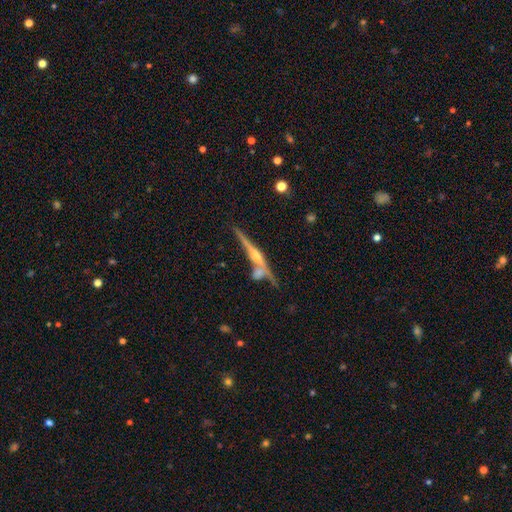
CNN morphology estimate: Smooth or featured?
  - featured or disk: 77% *
  - smooth: 16%
  - star or artifact: 8%
Edge-on disk?
  - yes: 95% *
  - no: 5%
Edge-on bulge?
  - rounded: 80% *
  - none: 12%
  - boxy: 9%
Merging?
  - none: 53% *
  - merger: 28%
  - minor disturbance: 13%
  - major disturbance: 6%